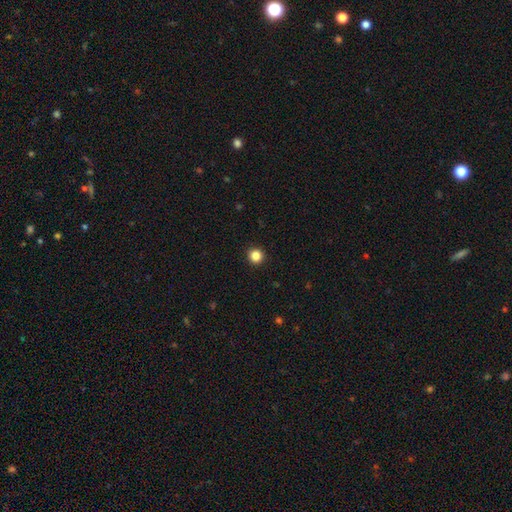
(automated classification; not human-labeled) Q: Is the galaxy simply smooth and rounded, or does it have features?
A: smooth — 86%.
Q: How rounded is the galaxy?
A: round — 95%.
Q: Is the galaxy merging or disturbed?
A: none — 94%.